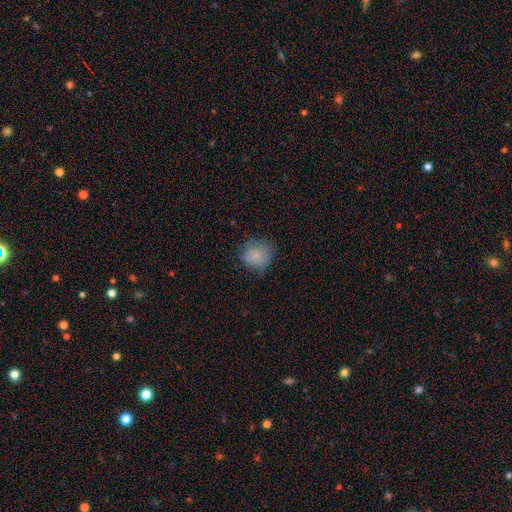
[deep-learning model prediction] The model was most divided on "merging": none: 68%, minor disturbance: 23%, major disturbance: 8%, merger: 1%. More confident: how rounded — round (86%); smooth or featured — smooth (78%).